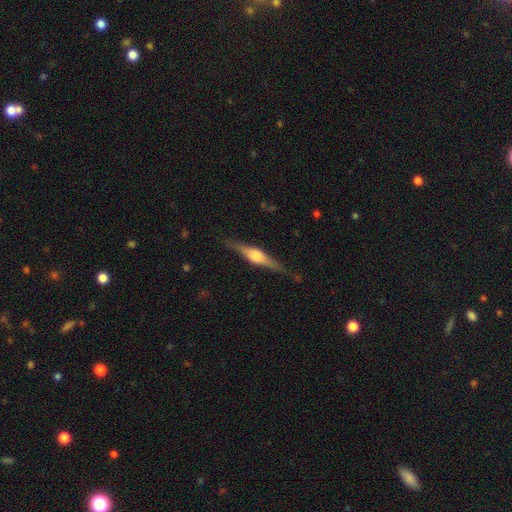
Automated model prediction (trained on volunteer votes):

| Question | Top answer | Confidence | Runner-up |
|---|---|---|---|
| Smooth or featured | featured or disk | 72% | smooth (22%) |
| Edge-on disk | yes | 97% | no (3%) |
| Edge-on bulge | rounded | 85% | boxy (12%) |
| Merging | none | 85% | minor disturbance (11%) |